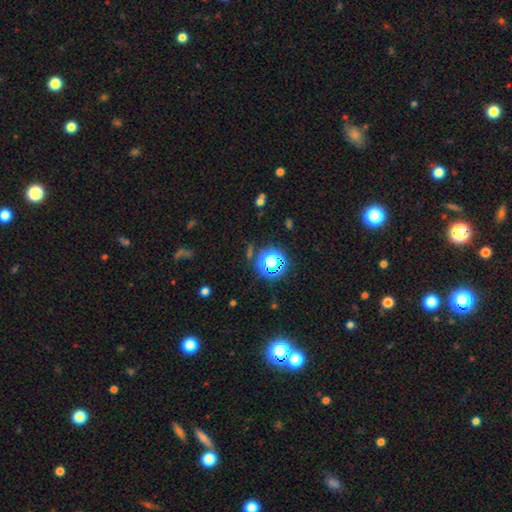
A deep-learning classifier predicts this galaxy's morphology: Q: Smooth or featured?
A: star or artifact (74%); runner-up: smooth (18%)